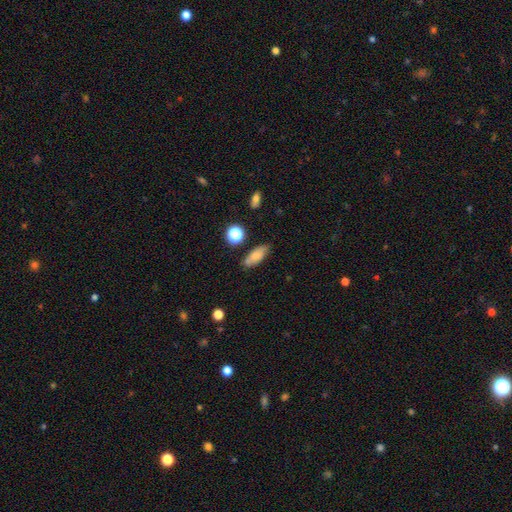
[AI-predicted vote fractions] smooth-or-featured: smooth: 75% | featured or disk: 16% | star or artifact: 10%
  how-rounded: in between: 75% | cigar-shaped: 19% | round: 6%
  merging: none: 75% | minor disturbance: 16% | merger: 5% | major disturbance: 4%